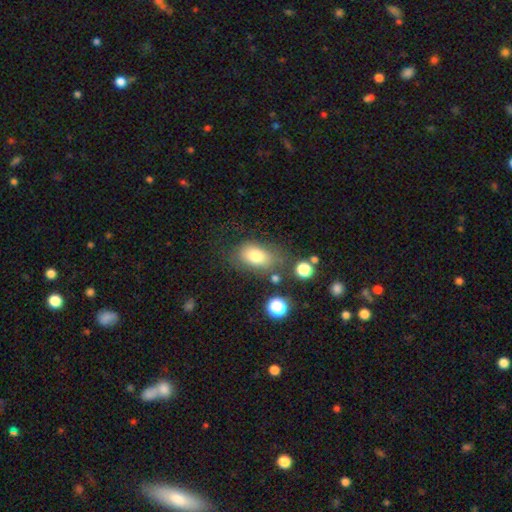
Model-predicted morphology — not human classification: The model was most divided on "merging": none: 62%, minor disturbance: 21%, major disturbance: 11%, merger: 7%. More confident: how rounded — in between (84%); smooth or featured — smooth (77%).